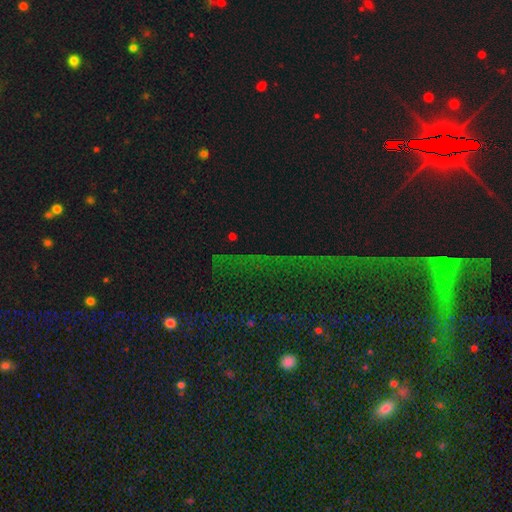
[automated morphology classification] This appears to be a star or artifact, not a galaxy (83%).